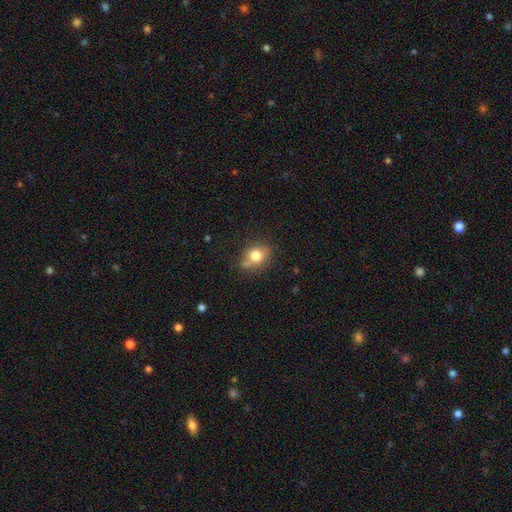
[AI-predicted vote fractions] This appears to be a smooth galaxy with no disk features (77%) that is round (55%). Merging: none (63%).